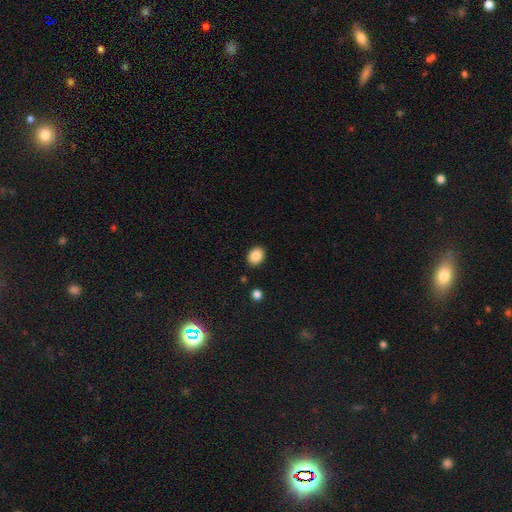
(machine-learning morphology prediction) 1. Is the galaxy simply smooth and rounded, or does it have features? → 87% smooth, 9% star or artifact, 5% featured or disk.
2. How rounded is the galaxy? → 61% in between, 38% round, 1% cigar-shaped.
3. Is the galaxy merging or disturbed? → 89% none, 7% minor disturbance, 2% major disturbance, 2% merger.